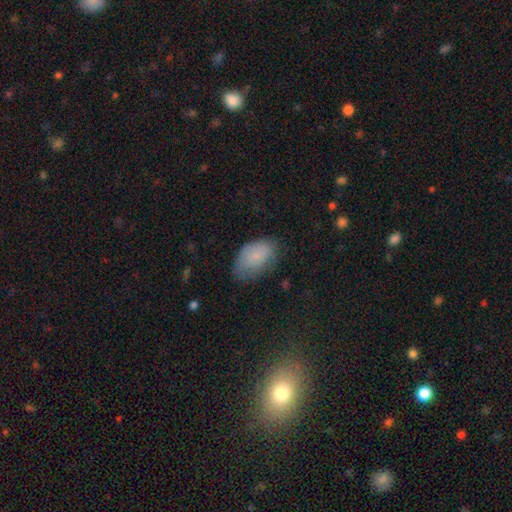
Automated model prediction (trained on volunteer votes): Smooth or featured?
  - smooth: 78% *
  - featured or disk: 14%
  - star or artifact: 8%
How rounded?
  - in between: 91% *
  - round: 7%
  - cigar-shaped: 1%
Merging?
  - none: 55% *
  - minor disturbance: 32%
  - major disturbance: 11%
  - merger: 2%